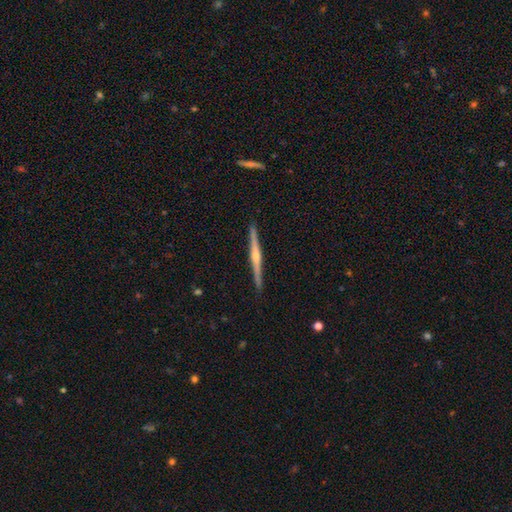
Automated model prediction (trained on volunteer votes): This is clearly a featured or disk galaxy (82%). It is clearly viewed edge-on (98%). Edge-on bulge: clearly rounded (82%). Merging: clearly none (91%).